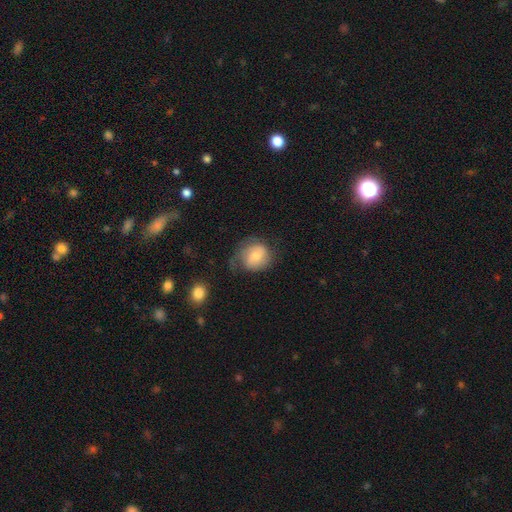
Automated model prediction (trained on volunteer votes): smooth 59%, featured or disk 34%, star or artifact 7%. Down the decision tree: how rounded — round (74%); merging — none (48%).